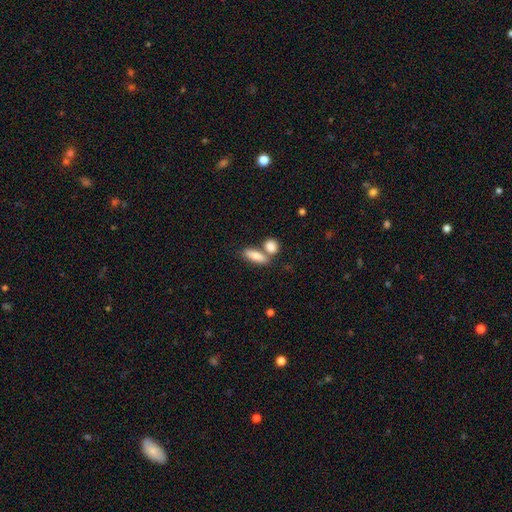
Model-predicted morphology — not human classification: Smooth or featured? smooth (80%)
How rounded? in between (67%)
Merging? none (49%)